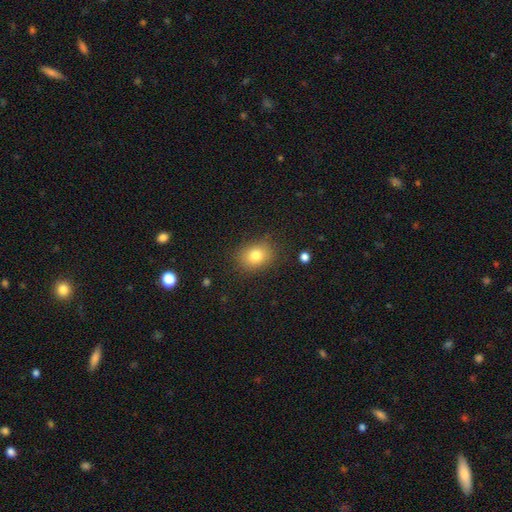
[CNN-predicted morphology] Smooth or featured? Predicted: smooth (p=0.80). How rounded? Predicted: in between (p=0.53). Merging? Predicted: none (p=0.82).